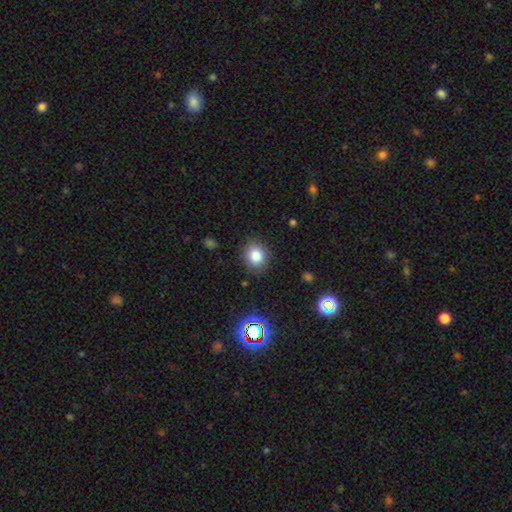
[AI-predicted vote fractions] Smooth or featured?
  - smooth: 82% *
  - star or artifact: 12%
  - featured or disk: 6%
How rounded?
  - round: 78% *
  - in between: 21%
  - cigar-shaped: 1%
Merging?
  - none: 86% *
  - minor disturbance: 10%
  - major disturbance: 3%
  - merger: 1%